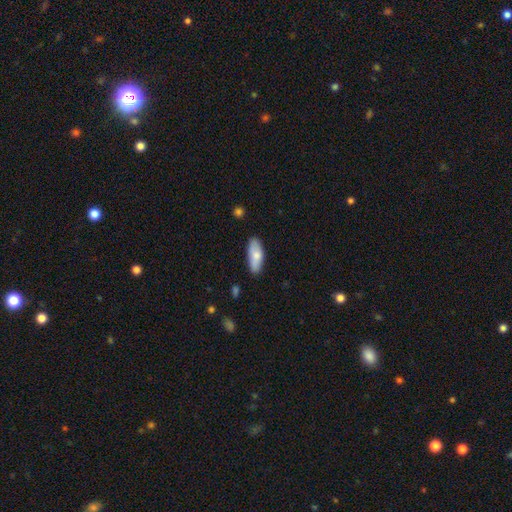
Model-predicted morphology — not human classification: type=smooth (78%); roundness=in between (76%); merging=none (80%).